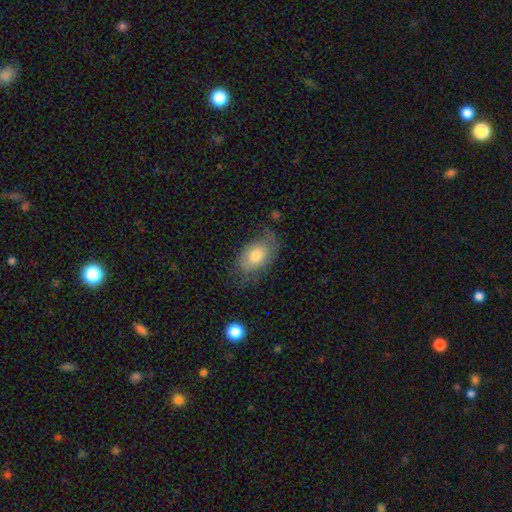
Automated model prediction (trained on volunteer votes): Overall: smooth (62%; featured or disk 31%). How rounded: in between (89%). Merging: none (53%; minor disturbance 29%).